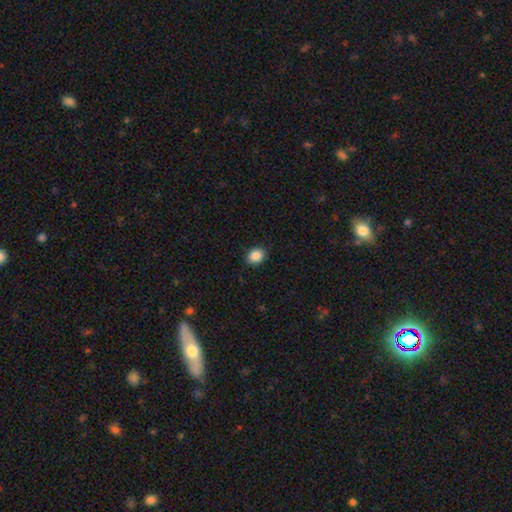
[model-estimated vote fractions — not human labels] This appears to be a smooth galaxy with no disk features (87%) that is in between round and cigar-shaped (50%). Merging: none (89%).